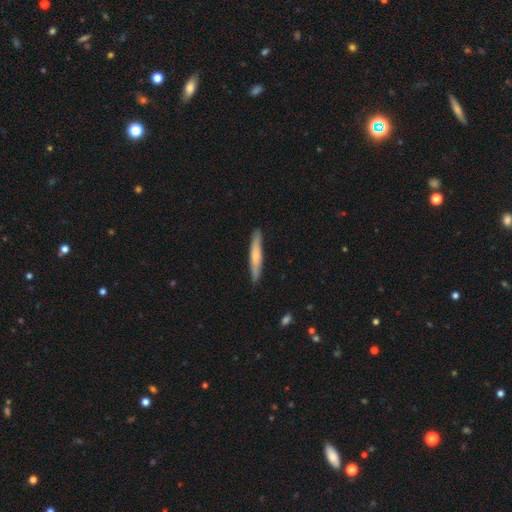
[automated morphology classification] This appears to be a smooth galaxy with no disk features (58%) that is cigar-shaped (94%). Merging: none (89%).